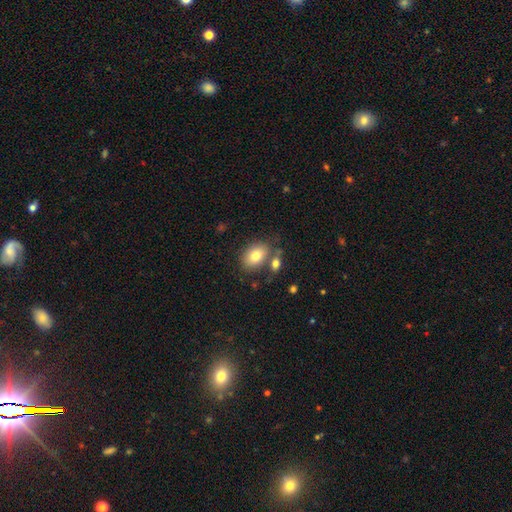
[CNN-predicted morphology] type=smooth (78%); roundness=in between (81%); merging=none (65%).